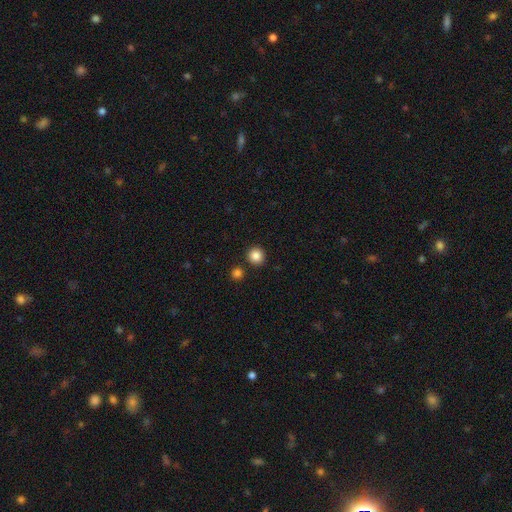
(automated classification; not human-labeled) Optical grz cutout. It shows a smooth galaxy with no disk features (86%) that is round (92%). Merging: none (87%).